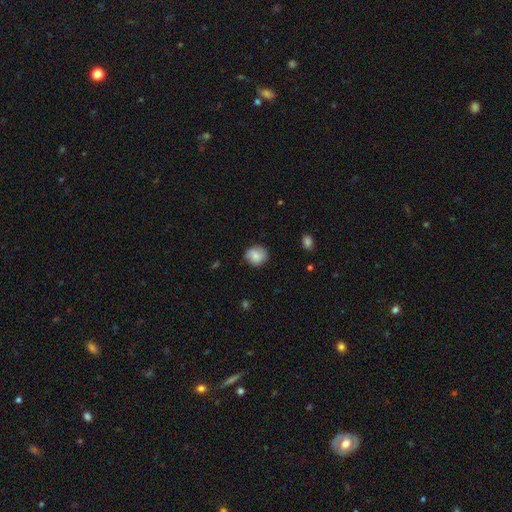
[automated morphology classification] A smooth galaxy with no disk features (80%) that is round (76%).

Vote fractions:
- Smooth or featured? smooth: 80% / featured or disk: 12% / star or artifact: 8%
- How rounded? round: 76% / in between: 23% / cigar-shaped: 1%
- Merging? none: 78% / minor disturbance: 17% / major disturbance: 3% / merger: 1%